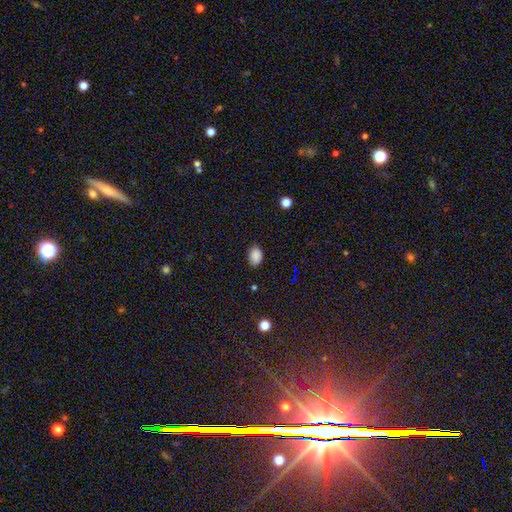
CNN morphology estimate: A smooth galaxy with no disk features (85%) that is in between round and cigar-shaped (79%).

Vote fractions:
- Smooth or featured? smooth: 85% / star or artifact: 11% / featured or disk: 4%
- How rounded? in between: 79% / round: 20% / cigar-shaped: 1%
- Merging? none: 80% / minor disturbance: 16% / major disturbance: 3% / merger: 1%